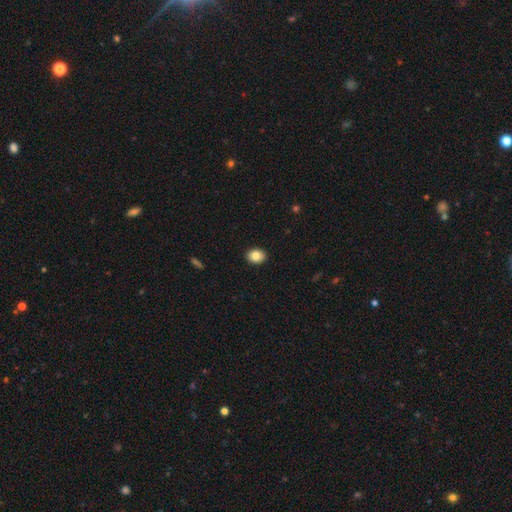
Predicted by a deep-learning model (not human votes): Smooth or featured? Predicted: smooth (p=0.84). How rounded? Predicted: in between (p=0.63). Merging? Predicted: none (p=0.91).